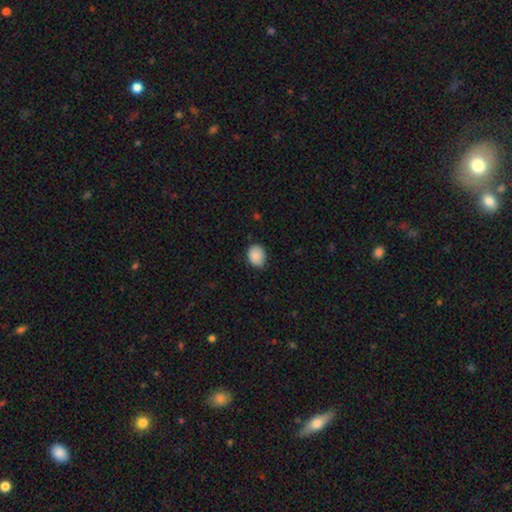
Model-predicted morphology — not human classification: Smooth or featured?
  - smooth: 89% *
  - star or artifact: 7%
  - featured or disk: 3%
How rounded?
  - in between: 56% *
  - round: 44%
  - cigar-shaped: 1%
Merging?
  - none: 81% *
  - minor disturbance: 15%
  - major disturbance: 2%
  - merger: 1%